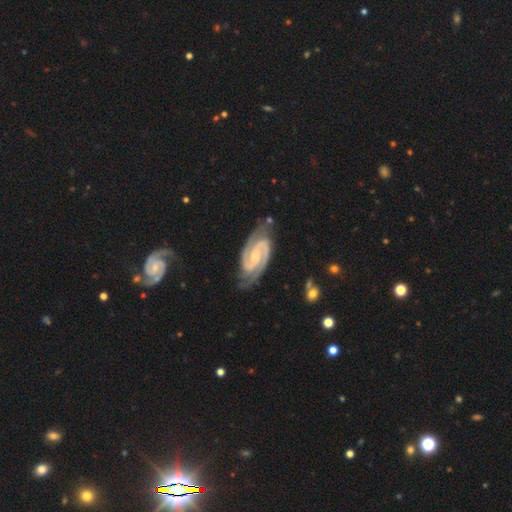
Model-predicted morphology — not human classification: smooth-or-featured: featured or disk: 93% | star or artifact: 4% | smooth: 3%
  disk-edge-on: no: 97% | yes: 3%
    bar: no: 41% | weak: 38% | strong: 21%
    has-spiral-arms: yes: 99% | no: 1%
      spiral-winding: tight: 54% | medium: 40% | loose: 5%
      spiral-arm-count: 2: 92% | 3: 3% | can't tell: 2% | 4: 1% | 1: 1% | more than 4: 1%
    bulge-size: small: 69% | moderate: 25% | none: 3% | large: 1% | dominant: 1%
  merging: none: 78% | minor disturbance: 16% | major disturbance: 4% | merger: 2%